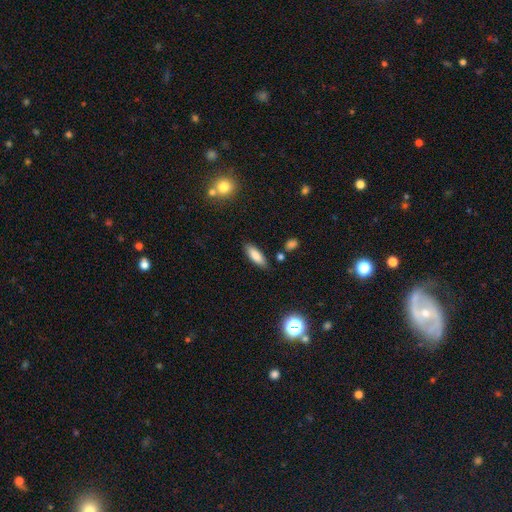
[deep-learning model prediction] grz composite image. It shows a smooth galaxy with no disk features (84%) that is in between round and cigar-shaped (65%). Merging: none (84%).